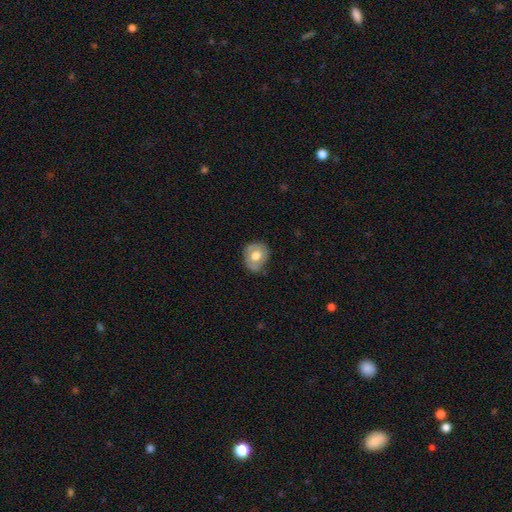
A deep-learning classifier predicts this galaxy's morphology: This is possibly a smooth galaxy (57%). How rounded: likely round (64%). Merging: likely none (72%).